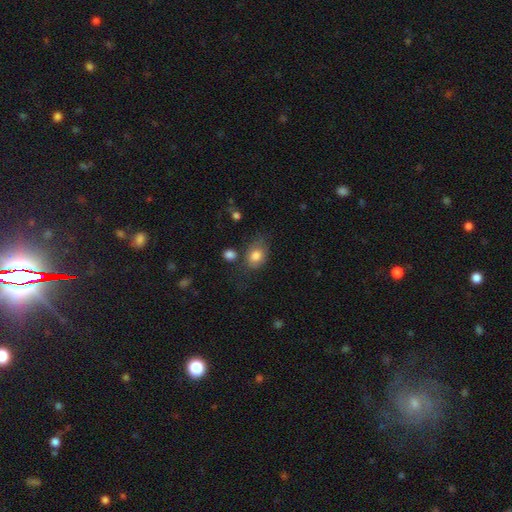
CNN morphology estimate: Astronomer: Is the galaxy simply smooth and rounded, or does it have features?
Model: smooth — 80%.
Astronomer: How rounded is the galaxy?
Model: in between — 68%.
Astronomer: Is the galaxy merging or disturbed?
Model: none — 52%.